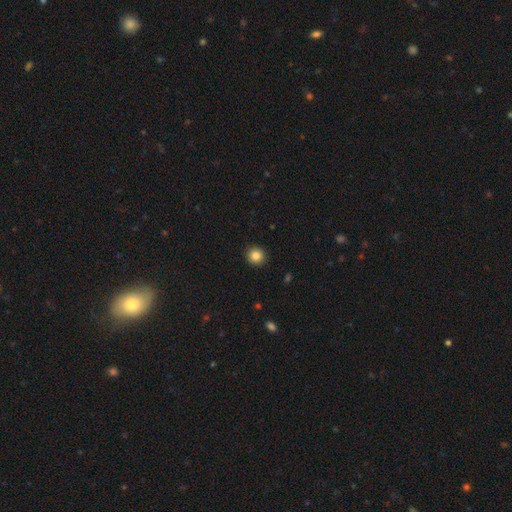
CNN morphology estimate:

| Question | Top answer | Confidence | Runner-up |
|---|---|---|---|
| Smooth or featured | smooth | 85% | star or artifact (10%) |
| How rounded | round | 93% | in between (6%) |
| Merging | none | 93% | minor disturbance (5%) |